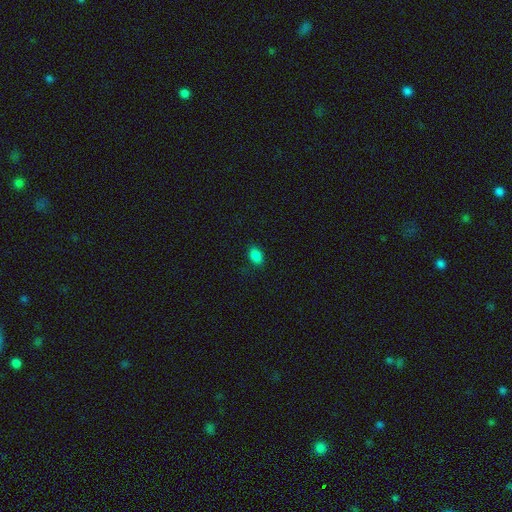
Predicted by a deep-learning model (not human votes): This appears to be a smooth galaxy with no disk features (85%) that is in between round and cigar-shaped (82%). Merging: none (85%).